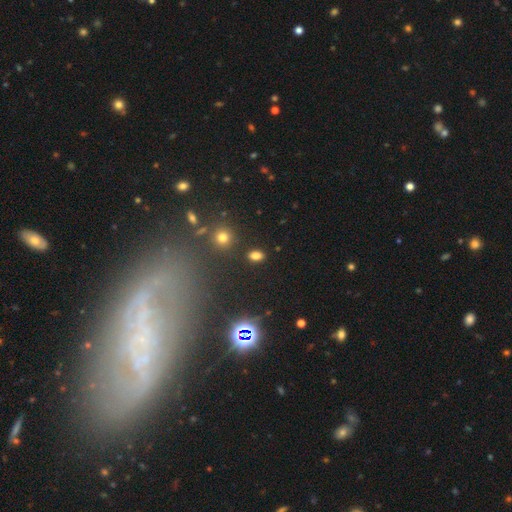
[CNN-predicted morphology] Overall: smooth (78%). How rounded: in between (84%). Merging: none (86%).